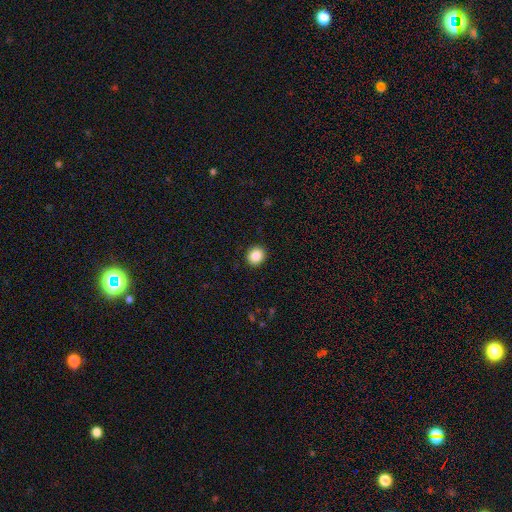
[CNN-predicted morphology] Smooth or featured? Predicted: smooth (p=0.87). How rounded? Predicted: round (p=0.79). Merging? Predicted: none (p=0.92).